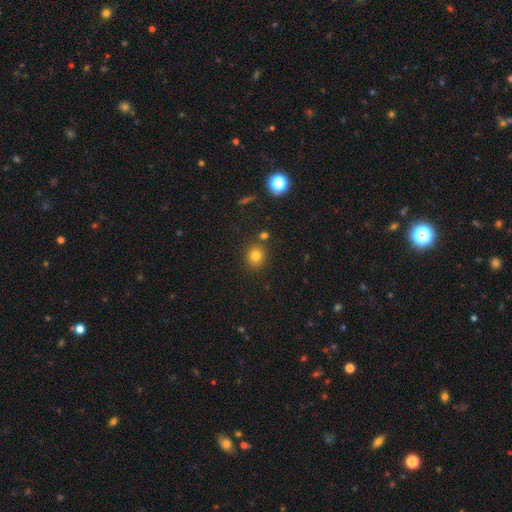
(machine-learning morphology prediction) Q: Smooth or featured?
A: smooth (79%); runner-up: star or artifact (14%)
Q: How rounded?
A: round (81%); runner-up: in between (18%)
Q: Merging?
A: none (82%); runner-up: minor disturbance (9%)